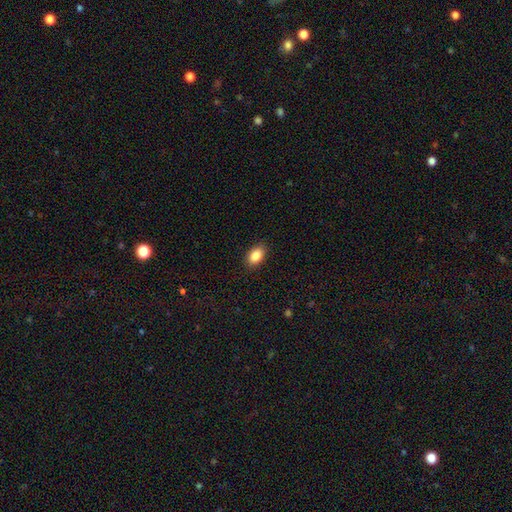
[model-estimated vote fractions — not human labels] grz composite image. It shows a smooth galaxy with no disk features (87%) that is in between round and cigar-shaped (89%). Merging: none (88%).